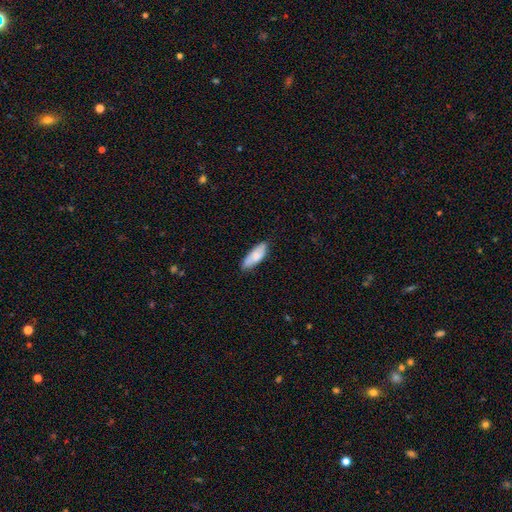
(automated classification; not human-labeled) smooth_or_featured: smooth (p=0.80) [alt: featured or disk p=0.14]
how_rounded: in between (p=0.69) [alt: cigar-shaped p=0.29]
merging: none (p=0.77) [alt: minor disturbance p=0.18]